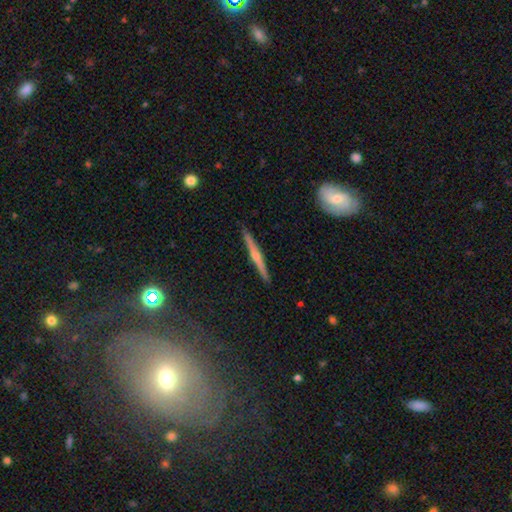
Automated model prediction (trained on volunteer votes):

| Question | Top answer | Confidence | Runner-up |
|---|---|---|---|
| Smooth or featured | featured or disk | 61% | smooth (24%) |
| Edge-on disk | yes | 87% | no (13%) |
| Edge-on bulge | rounded | 65% | none (26%) |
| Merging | none | 85% | minor disturbance (9%) |